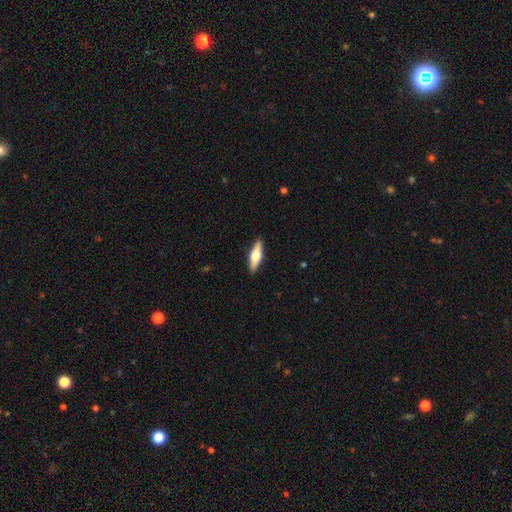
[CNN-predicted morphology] Smooth or featured? featured or disk (48%)
Merging? none (91%)